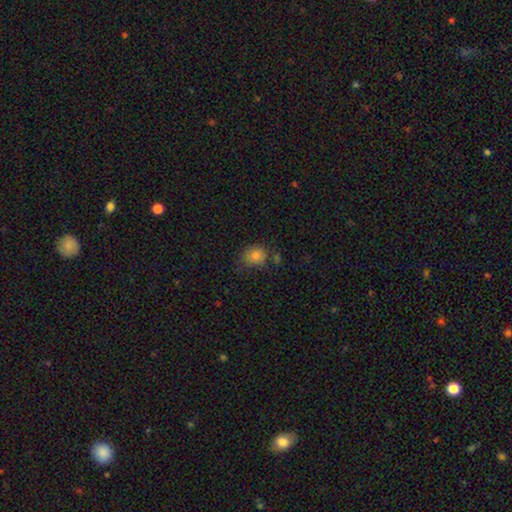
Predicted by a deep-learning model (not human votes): Smooth or featured?
  - smooth: 80% *
  - star or artifact: 12%
  - featured or disk: 8%
How rounded?
  - round: 64% *
  - in between: 35%
  - cigar-shaped: 1%
Merging?
  - none: 65% *
  - minor disturbance: 21%
  - merger: 8%
  - major disturbance: 6%